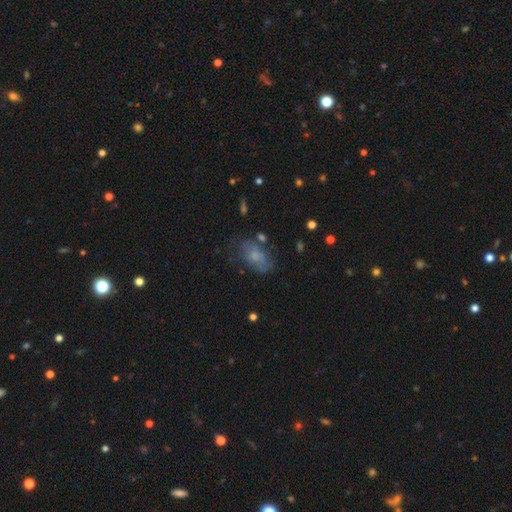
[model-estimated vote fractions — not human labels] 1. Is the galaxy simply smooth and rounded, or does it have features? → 63% smooth, 26% featured or disk, 11% star or artifact.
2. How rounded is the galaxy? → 88% in between, 9% round, 3% cigar-shaped.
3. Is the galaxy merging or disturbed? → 52% none, 26% minor disturbance, 15% major disturbance, 6% merger.